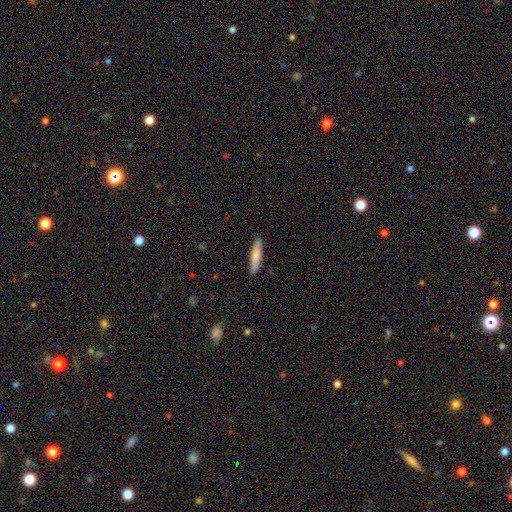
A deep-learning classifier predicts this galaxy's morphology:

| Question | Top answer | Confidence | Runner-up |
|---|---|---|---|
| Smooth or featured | smooth | 77% | featured or disk (17%) |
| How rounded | cigar-shaped | 85% | in between (14%) |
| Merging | none | 87% | minor disturbance (10%) |